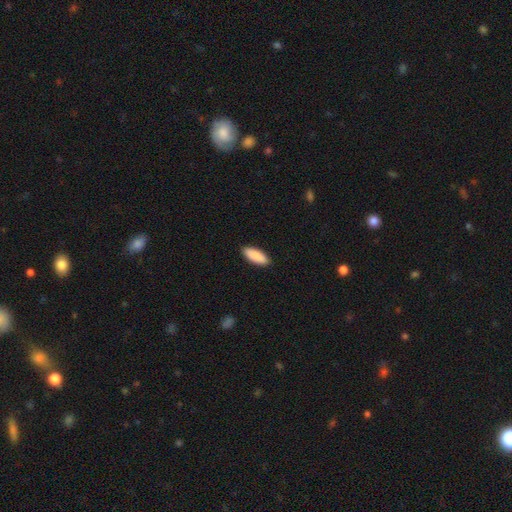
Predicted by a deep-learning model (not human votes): Smooth or featured? smooth (89%)
How rounded? in between (71%)
Merging? none (90%)